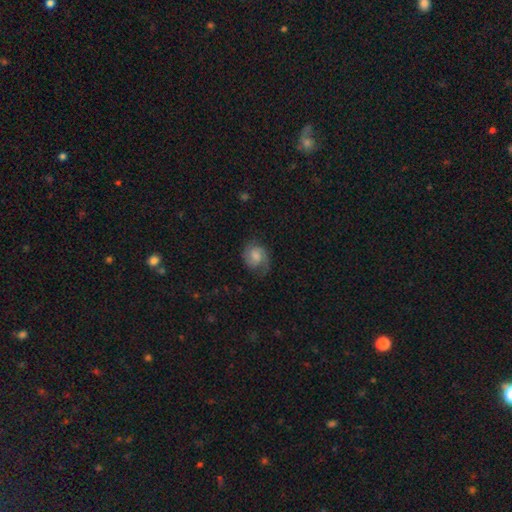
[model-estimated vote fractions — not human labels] Overall: featured or disk (60%; smooth 32%). Edge-on disk: no (98%). Bar: no (52%; weak 42%). Spiral arms: yes (93%). Spiral arm count: 2 (79%). Spiral winding: medium (47%; tight 33%). Bulge size: moderate (40%; small 27%). Merging: none (66%).